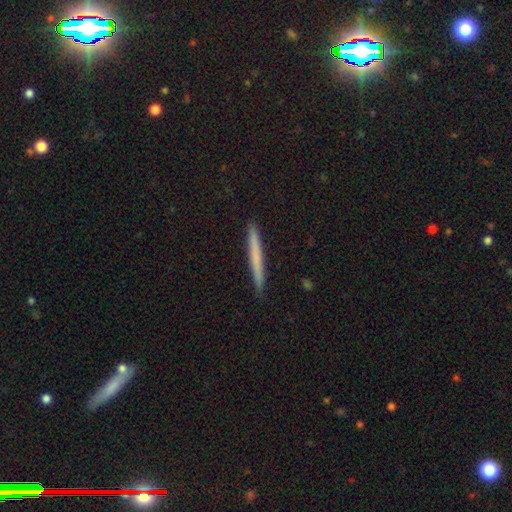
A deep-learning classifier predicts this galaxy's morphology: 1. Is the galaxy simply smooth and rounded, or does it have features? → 66% smooth, 29% featured or disk, 6% star or artifact.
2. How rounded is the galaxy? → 97% cigar-shaped, 2% in between, 1% round.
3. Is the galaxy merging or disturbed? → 92% none, 6% minor disturbance, 1% major disturbance, 1% merger.